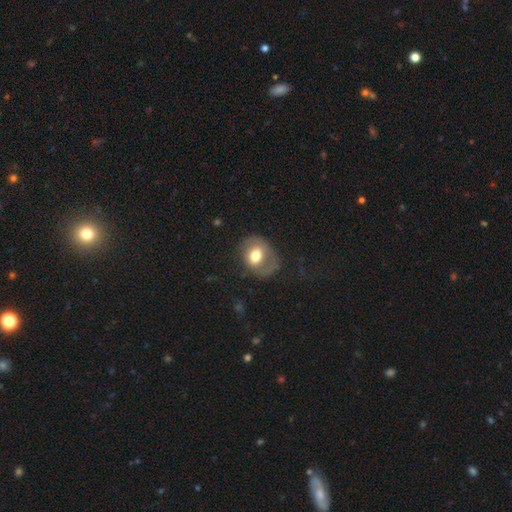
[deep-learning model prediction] smooth_or_featured: smooth (p=0.62) [alt: featured or disk p=0.29]
how_rounded: round (p=0.53) [alt: in between p=0.46]
merging: none (p=0.49) [alt: minor disturbance p=0.26]